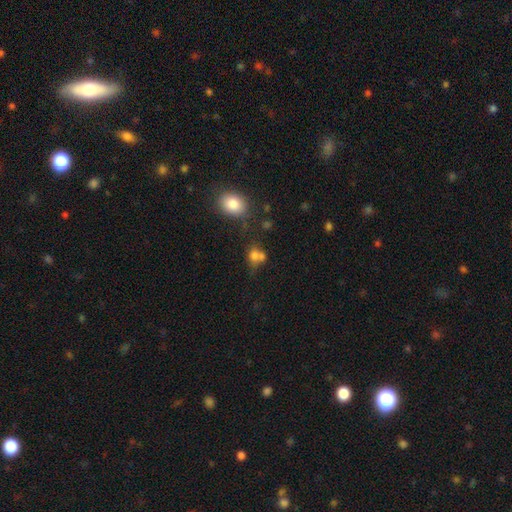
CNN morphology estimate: smooth-or-featured: smooth: 73% | star or artifact: 14% | featured or disk: 13%
  how-rounded: round: 61% | in between: 38% | cigar-shaped: 1%
  merging: merger: 41% | none: 38% | minor disturbance: 14% | major disturbance: 8%